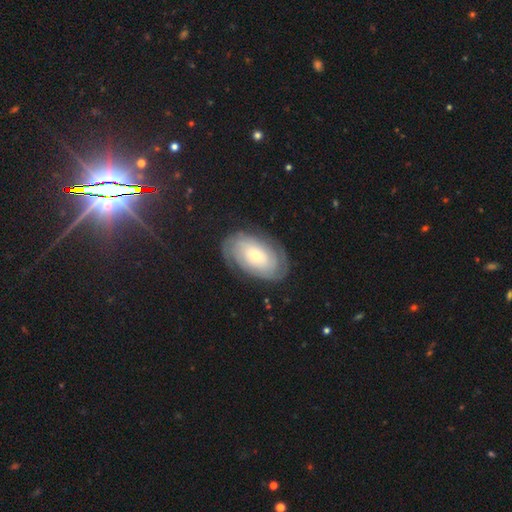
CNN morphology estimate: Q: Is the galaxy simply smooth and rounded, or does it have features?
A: featured or disk — 70%.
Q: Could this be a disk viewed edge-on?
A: no — 95%.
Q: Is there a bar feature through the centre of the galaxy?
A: no — 75%.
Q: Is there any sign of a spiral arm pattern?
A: yes — 90%.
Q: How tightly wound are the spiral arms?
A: tight — 76%.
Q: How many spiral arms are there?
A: can't tell — 44%.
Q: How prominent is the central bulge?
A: small — 51%.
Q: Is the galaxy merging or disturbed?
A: none — 79%.